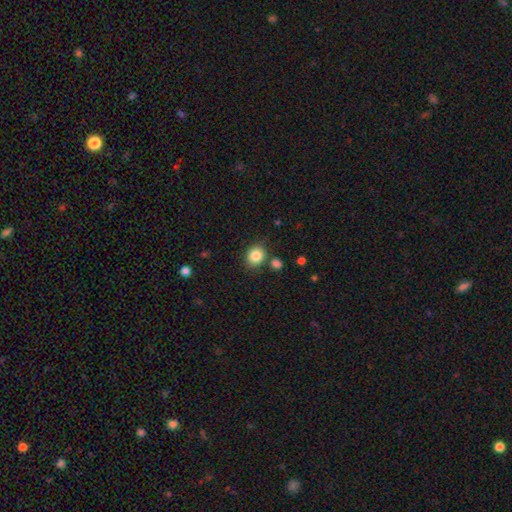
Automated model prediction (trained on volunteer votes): smooth 85%, star or artifact 9%, featured or disk 6%. Down the decision tree: how rounded — round (63%); merging — none (77%).